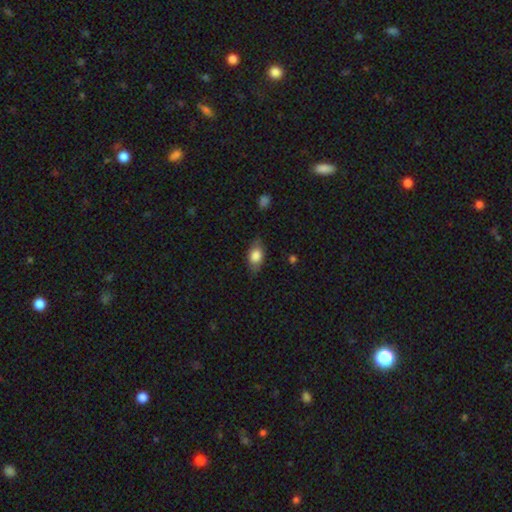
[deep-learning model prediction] Q: Smooth or featured?
A: smooth (77%); runner-up: featured or disk (15%)
Q: How rounded?
A: in between (87%); runner-up: round (8%)
Q: Merging?
A: none (78%); runner-up: minor disturbance (17%)